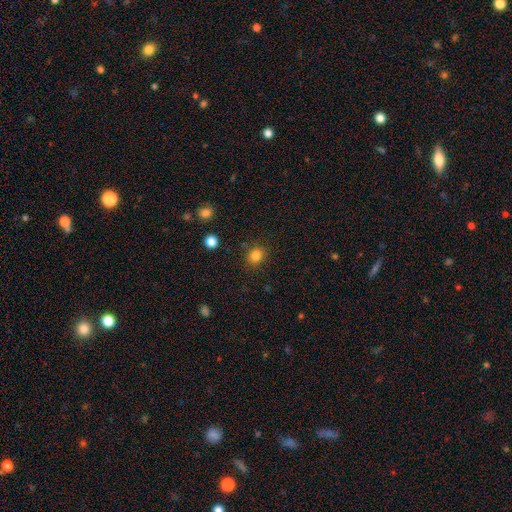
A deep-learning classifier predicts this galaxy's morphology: This appears to be a smooth galaxy with no disk features (83%) that is round (79%). Merging: none (88%).